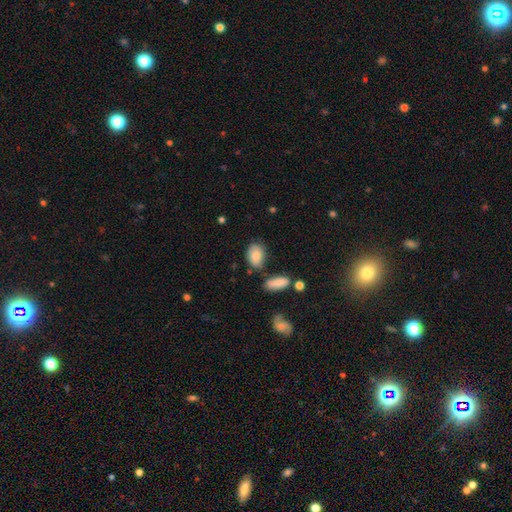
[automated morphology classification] Smooth or featured?
  - smooth: 79% *
  - featured or disk: 13%
  - star or artifact: 8%
How rounded?
  - in between: 83% *
  - round: 15%
  - cigar-shaped: 2%
Merging?
  - none: 63% *
  - minor disturbance: 23%
  - merger: 8%
  - major disturbance: 6%